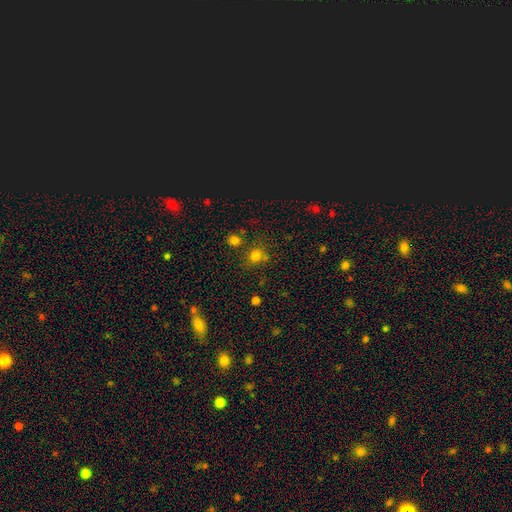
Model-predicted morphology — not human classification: type=smooth (74%); roundness=round (81%); merging=none (68%).